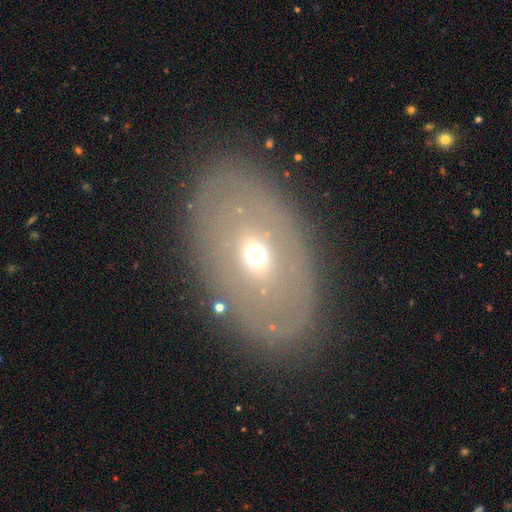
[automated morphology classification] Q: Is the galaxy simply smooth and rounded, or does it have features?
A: smooth — 48%.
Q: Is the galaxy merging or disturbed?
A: none — 71%.